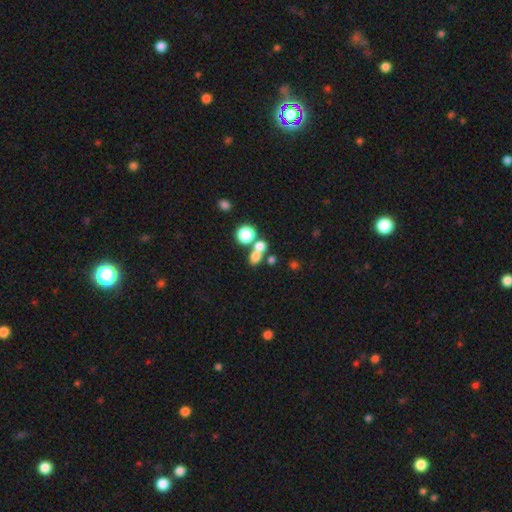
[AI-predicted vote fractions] smooth_or_featured: smooth (p=0.69) [alt: star or artifact p=0.19]
how_rounded: round (p=0.63) [alt: in between p=0.35]
merging: merger (p=0.46) [alt: none p=0.41]